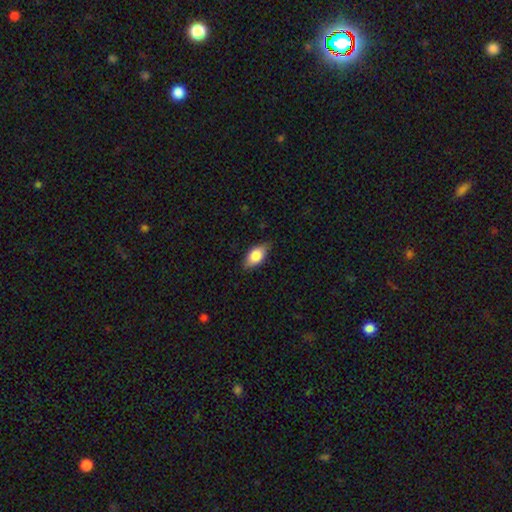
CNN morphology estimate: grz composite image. It shows a smooth galaxy with no disk features (79%) that is in between round and cigar-shaped (89%). Merging: none (79%).